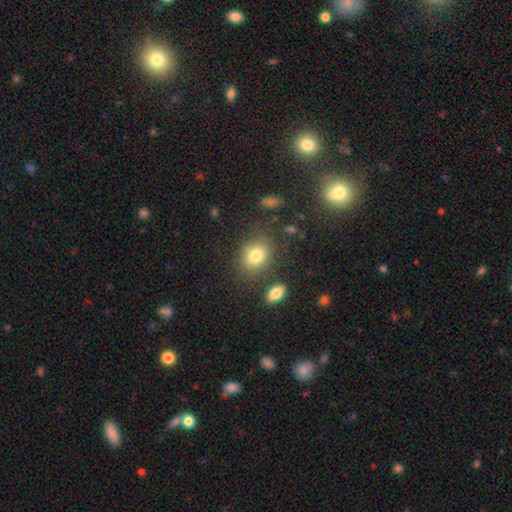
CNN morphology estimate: A smooth galaxy with no disk features (80%) that is in between round and cigar-shaped (50%). Merging: none (74%).